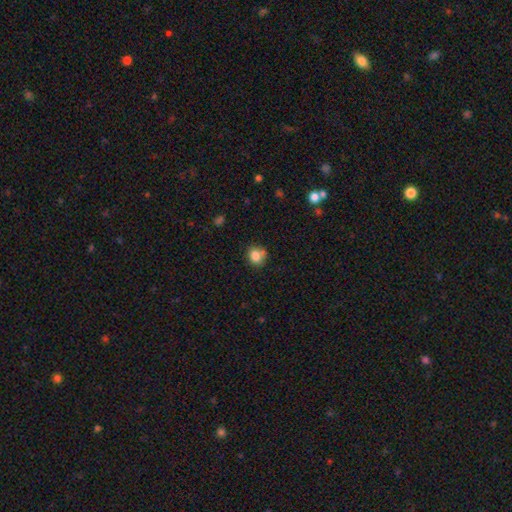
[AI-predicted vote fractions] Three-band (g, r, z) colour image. It shows a smooth galaxy with no disk features (82%) that is round (75%). Merging: none (63%).